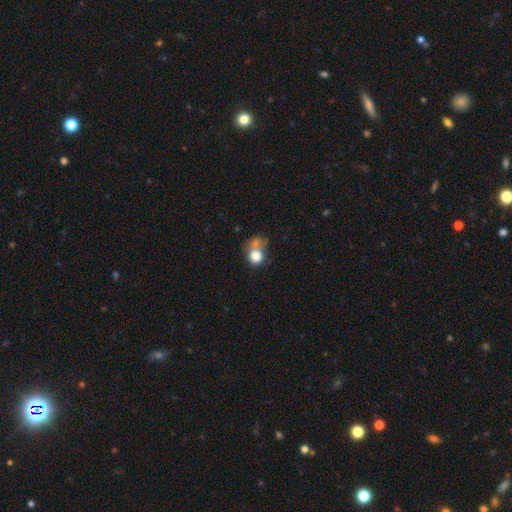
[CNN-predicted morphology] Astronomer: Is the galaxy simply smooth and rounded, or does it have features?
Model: smooth — 76%.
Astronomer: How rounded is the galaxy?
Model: round — 67%.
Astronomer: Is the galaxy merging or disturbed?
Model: merger — 38% (runner-up: none, 32%).